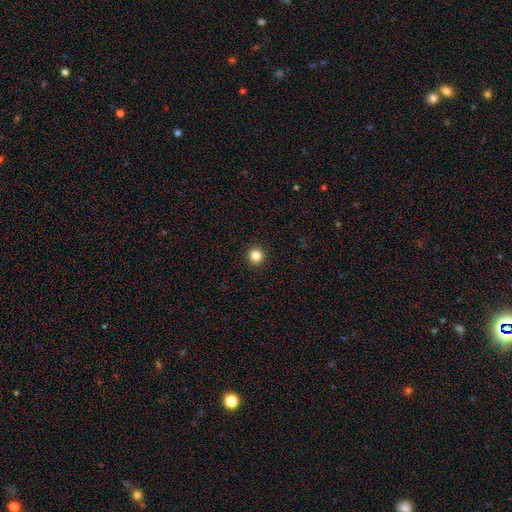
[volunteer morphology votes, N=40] smooth-or-featured: smooth: 88% | star or artifact: 12% | featured or disk: 0%
  how-rounded: round: 97% | in between: 3% | cigar-shaped: 0%
  merging: none: 97% | minor disturbance: 3% | major disturbance: 0% | merger: 0%